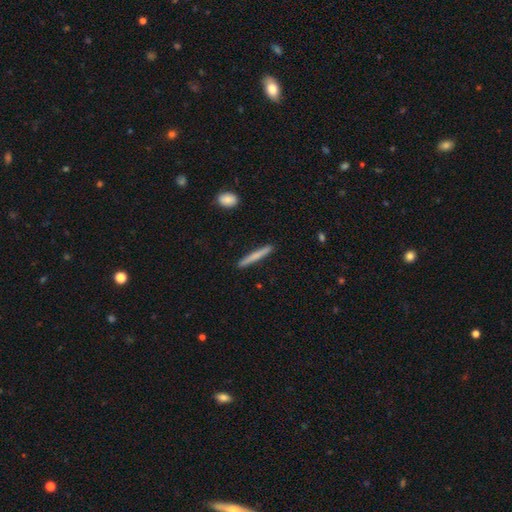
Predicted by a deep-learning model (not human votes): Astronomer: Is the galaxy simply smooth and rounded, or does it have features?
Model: smooth — 64%.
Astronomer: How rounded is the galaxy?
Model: cigar-shaped — 96%.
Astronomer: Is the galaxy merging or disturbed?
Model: none — 91%.